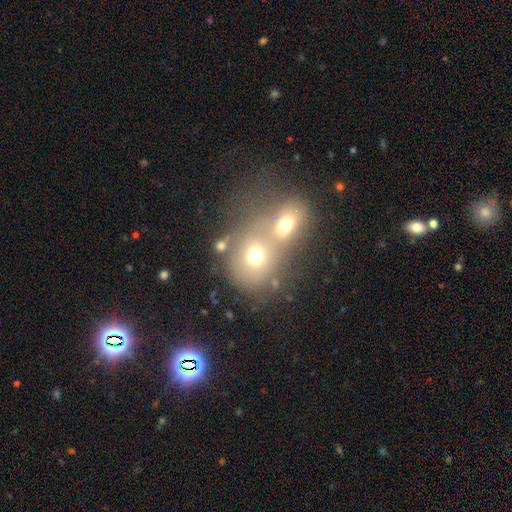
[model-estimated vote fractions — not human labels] A smooth galaxy with no disk features (67%) that is round (69%). Merging: merger (61%).